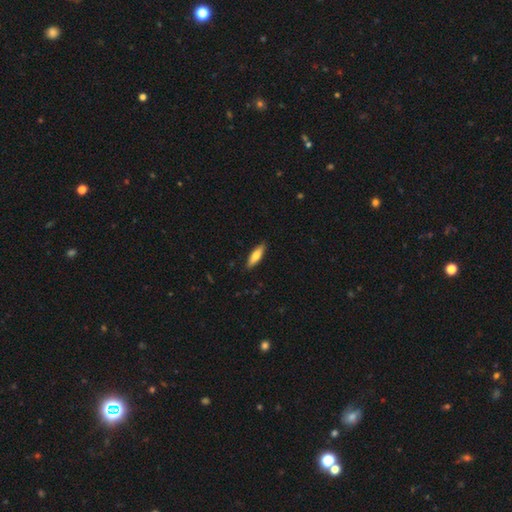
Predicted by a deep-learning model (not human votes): Smooth or featured: smooth — 74% (featured or disk — 21%)
How rounded: cigar-shaped — 55% (in between — 43%)
Merging: none — 88% (minor disturbance — 9%)